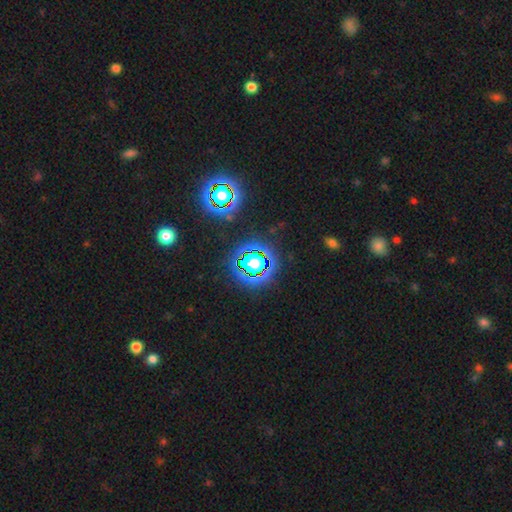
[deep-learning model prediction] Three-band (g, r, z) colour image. It shows a star or artifact, not a galaxy (60%).